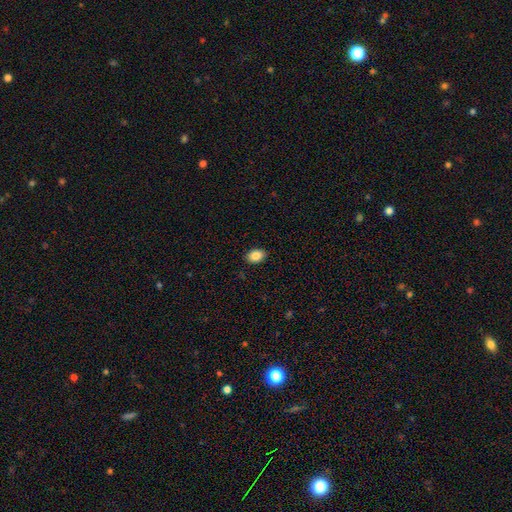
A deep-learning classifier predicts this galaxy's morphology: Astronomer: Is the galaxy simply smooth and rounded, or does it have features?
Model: smooth — 86%.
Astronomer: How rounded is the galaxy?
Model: in between — 78%.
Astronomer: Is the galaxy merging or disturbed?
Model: none — 89%.